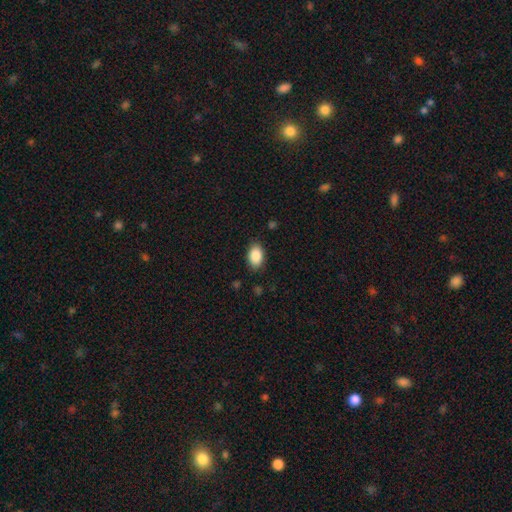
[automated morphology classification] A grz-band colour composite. It shows a smooth galaxy with no disk features (88%) that is in between round and cigar-shaped (90%). Merging: none (86%).